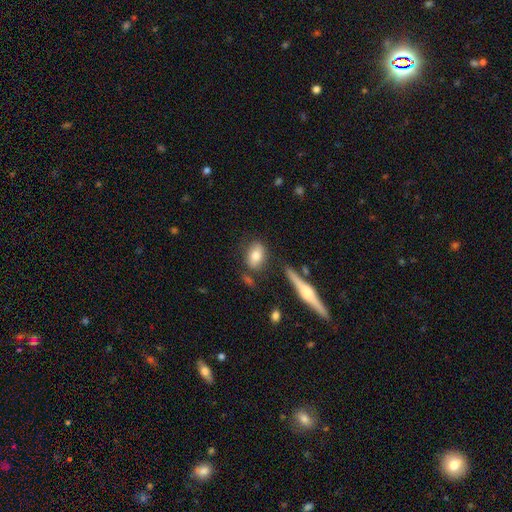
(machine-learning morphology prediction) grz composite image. It shows a smooth galaxy with no disk features (76%) that is in between round and cigar-shaped (80%). Merging: none (73%).